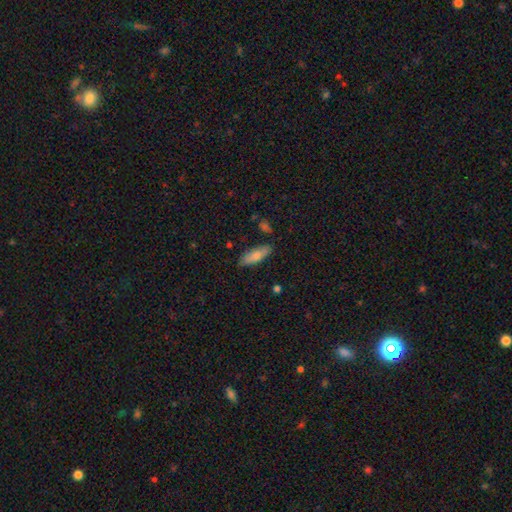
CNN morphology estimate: Overall: smooth (79%). How rounded: in between (57%; cigar-shaped 41%). Merging: none (82%).